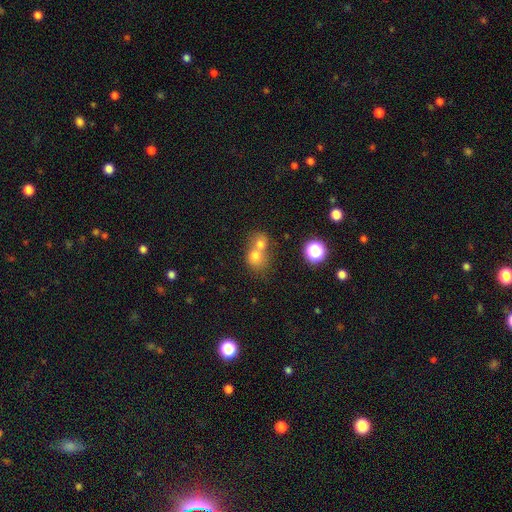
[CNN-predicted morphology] A smooth galaxy with no disk features (71%) that is round (70%).

Vote fractions:
- Smooth or featured? smooth: 71% / featured or disk: 15% / star or artifact: 14%
- How rounded? round: 70% / in between: 29% / cigar-shaped: 1%
- Merging? merger: 64% / none: 27% / minor disturbance: 6% / major disturbance: 3%